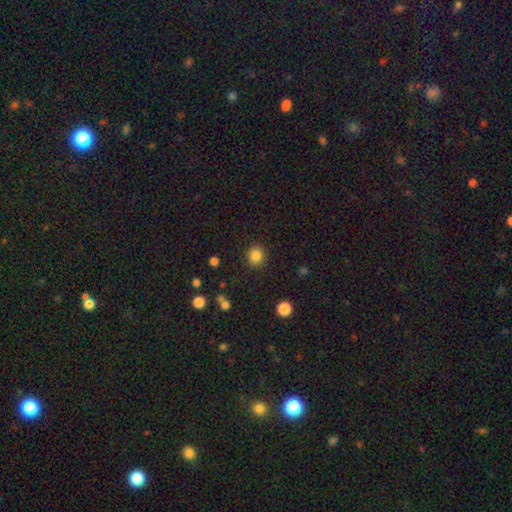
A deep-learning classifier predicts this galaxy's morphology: This is clearly a smooth galaxy (85%). How rounded: clearly round (84%). Merging: clearly none (90%).